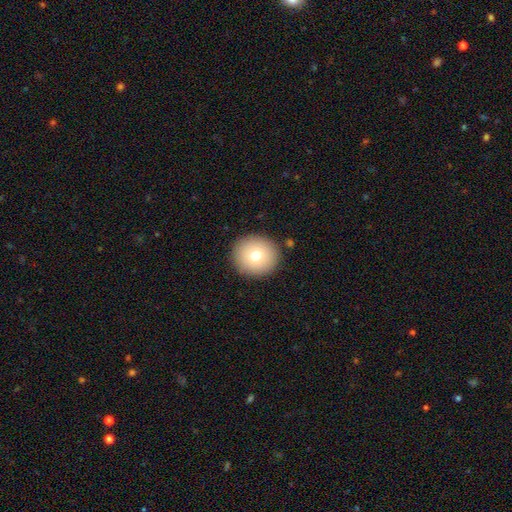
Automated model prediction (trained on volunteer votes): smooth-or-featured: smooth: 73% | featured or disk: 16% | star or artifact: 11%
  how-rounded: round: 92% | in between: 7% | cigar-shaped: 1%
  merging: none: 90% | minor disturbance: 6% | major disturbance: 2% | merger: 1%